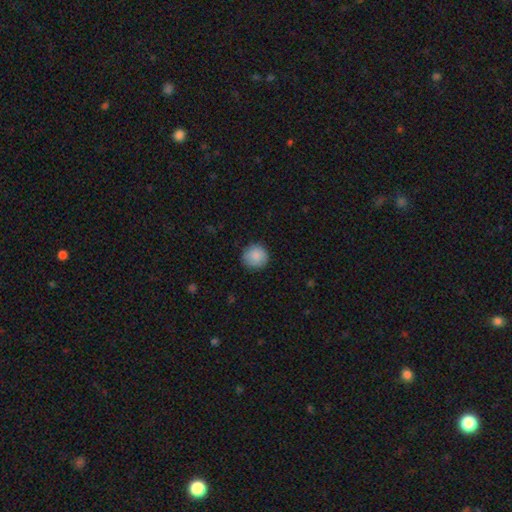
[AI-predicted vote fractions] The model was most divided on "merging": none: 87%, minor disturbance: 10%, major disturbance: 2%, merger: 1%. More confident: how rounded — round (93%); smooth or featured — smooth (88%).